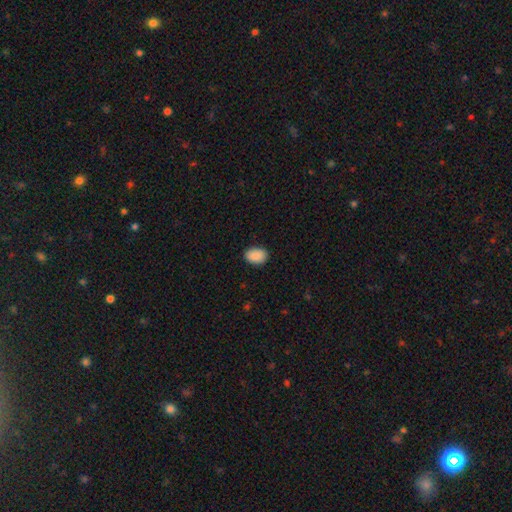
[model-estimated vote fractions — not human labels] A smooth galaxy with no disk features (90%) that is in between round and cigar-shaped (83%).

Vote fractions:
- Smooth or featured? smooth: 90% / star or artifact: 7% / featured or disk: 3%
- How rounded? in between: 83% / round: 16% / cigar-shaped: 1%
- Merging? none: 88% / minor disturbance: 9% / major disturbance: 2% / merger: 1%